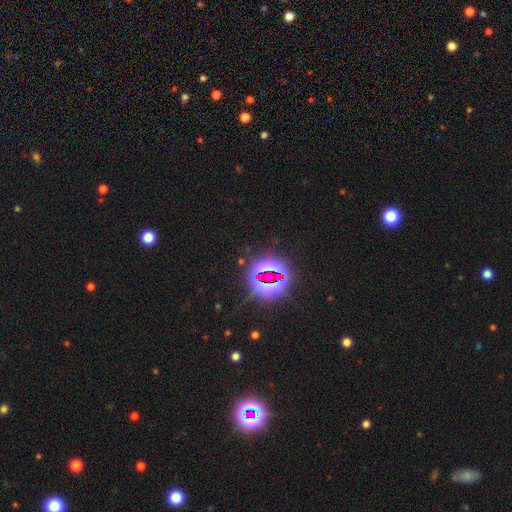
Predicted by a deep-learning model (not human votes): A star or artifact, not a galaxy (81%).

Vote fractions:
- Smooth or featured? star or artifact: 81% / smooth: 11% / featured or disk: 8%